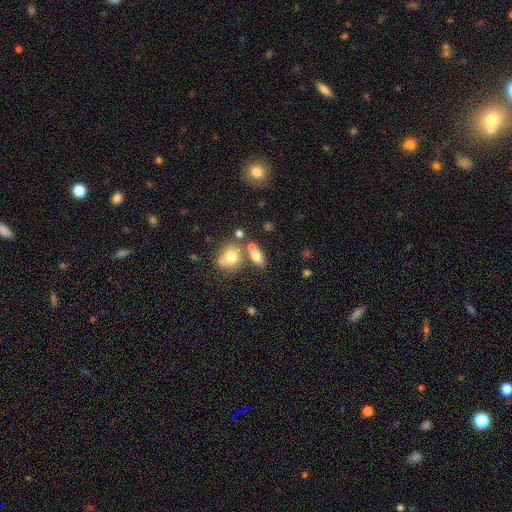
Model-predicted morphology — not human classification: smooth 72%, featured or disk 17%, star or artifact 11%. Down the decision tree: how rounded — in between (70%); merging — none (46%).